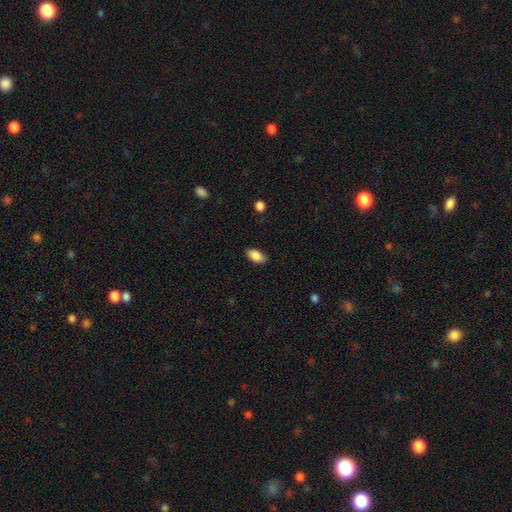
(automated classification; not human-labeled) Q: Smooth or featured?
A: smooth (86%); runner-up: star or artifact (7%)
Q: How rounded?
A: in between (92%); runner-up: cigar-shaped (4%)
Q: Merging?
A: none (85%); runner-up: minor disturbance (12%)